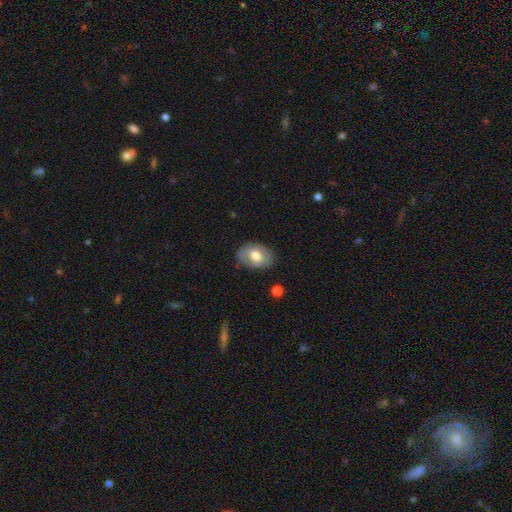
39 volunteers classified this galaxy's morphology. Overall: smooth (56%; featured or disk 36%). How rounded: in between (91%). Merging: none (86%).